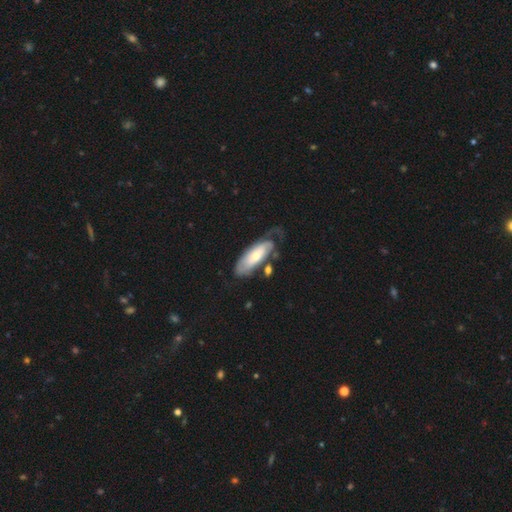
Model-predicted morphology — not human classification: Smooth or featured? Predicted: featured or disk (p=0.51). Edge-on disk? Predicted: no (p=0.82). Merging? Predicted: none (p=0.36).